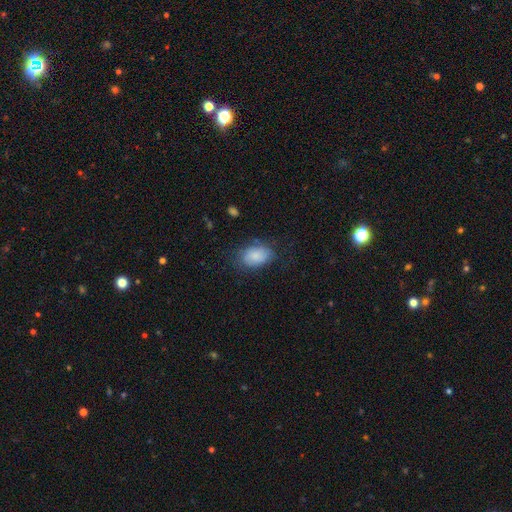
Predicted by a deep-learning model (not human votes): A smooth galaxy with no disk features (83%) that is in between round and cigar-shaped (86%). Merging: none (68%).